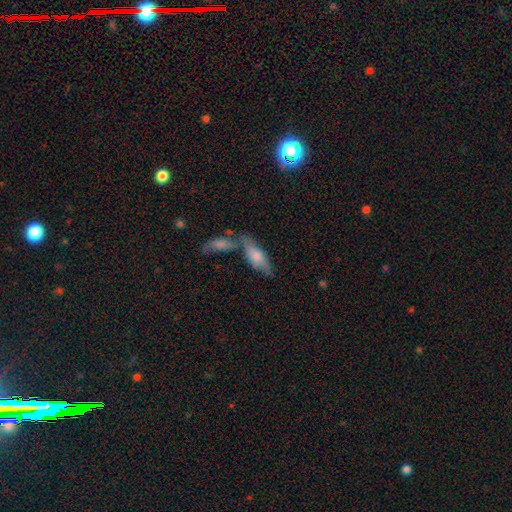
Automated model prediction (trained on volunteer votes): smooth 57%, featured or disk 34%, star or artifact 8%. Down the decision tree: how rounded — in between (66%); merging — none (44%).